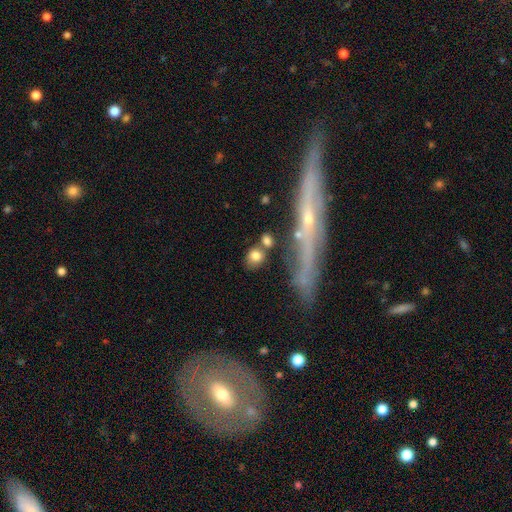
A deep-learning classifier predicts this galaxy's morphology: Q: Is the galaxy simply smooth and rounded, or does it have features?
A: smooth — 77%.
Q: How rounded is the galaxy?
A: round — 63%.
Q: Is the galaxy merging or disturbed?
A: none — 65%.